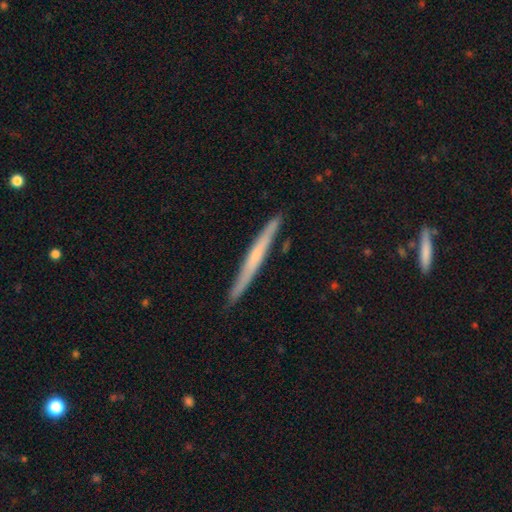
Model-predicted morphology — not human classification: type=featured or disk (52%); edge-on=yes (96%); merging=none (88%).